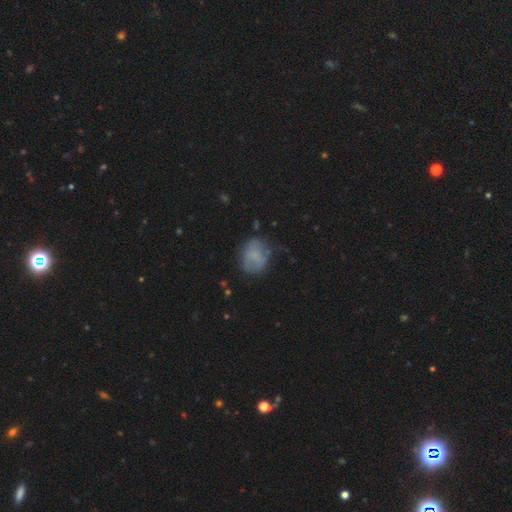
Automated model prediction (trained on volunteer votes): This appears to be a smooth galaxy with no disk features (63%) that is round (54%). Merging: none (56%).